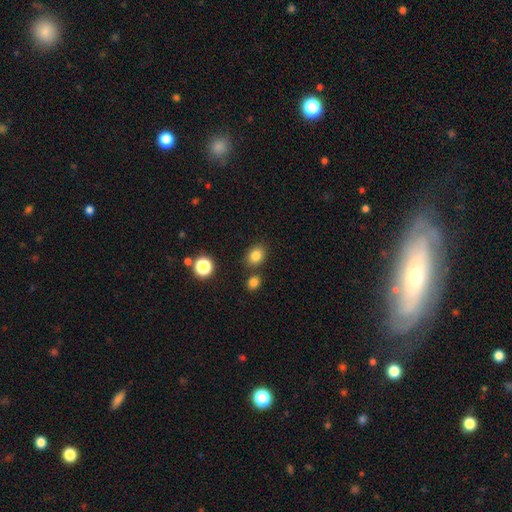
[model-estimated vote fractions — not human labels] Morphology: type=smooth (82%); roundness=round (50%); merging=none (78%).